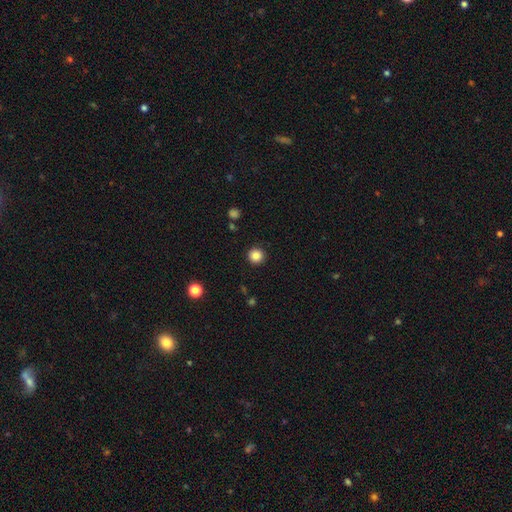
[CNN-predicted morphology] smooth_or_featured: smooth (p=0.85) [alt: star or artifact p=0.11]
how_rounded: round (p=0.96) [alt: in between p=0.03]
merging: none (p=0.93) [alt: minor disturbance p=0.05]